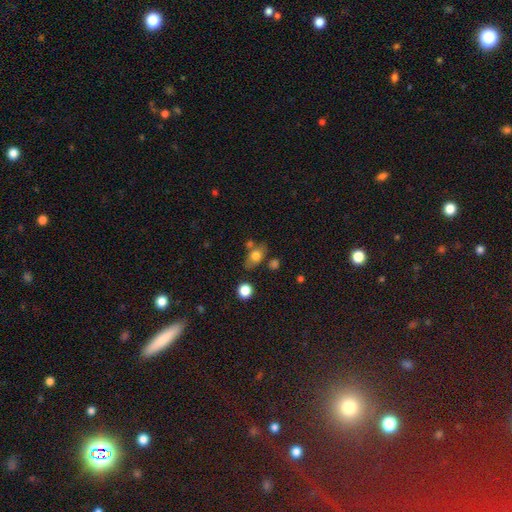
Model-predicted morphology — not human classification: Q: Smooth or featured?
A: smooth (71%); runner-up: featured or disk (19%)
Q: How rounded?
A: in between (72%); runner-up: round (24%)
Q: Merging?
A: none (62%); runner-up: minor disturbance (19%)